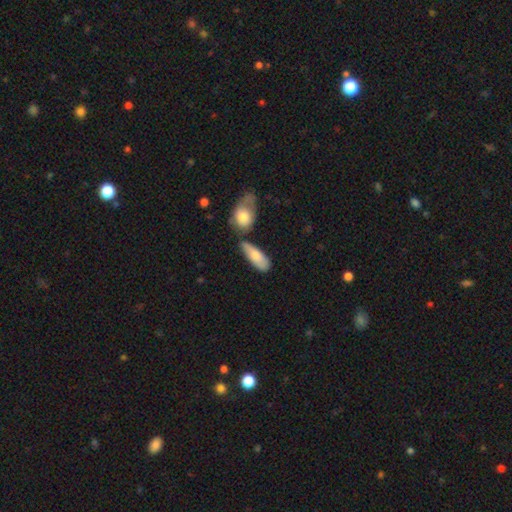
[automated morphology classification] Smooth or featured?
  - smooth: 78% *
  - featured or disk: 16%
  - star or artifact: 6%
How rounded?
  - in between: 71% *
  - cigar-shaped: 26%
  - round: 3%
Merging?
  - none: 49% *
  - merger: 24%
  - minor disturbance: 21%
  - major disturbance: 7%